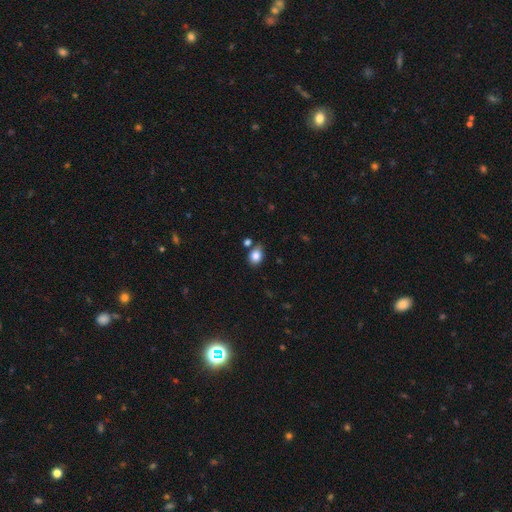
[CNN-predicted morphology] A smooth galaxy with no disk features (84%) that is in between round and cigar-shaped (63%). Merging: none (73%).